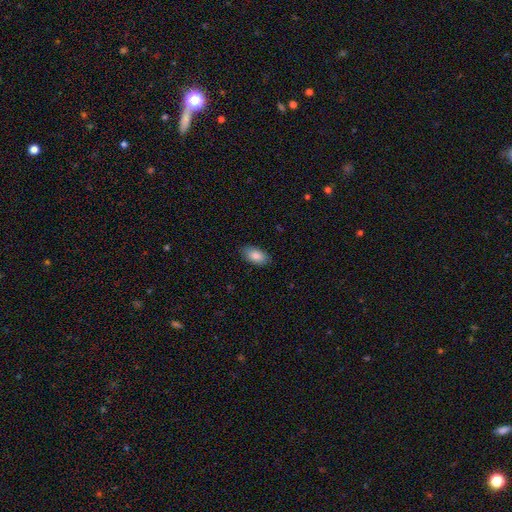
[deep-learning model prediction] This is clearly a smooth galaxy (86%). How rounded: clearly in between (93%). Merging: clearly none (88%).